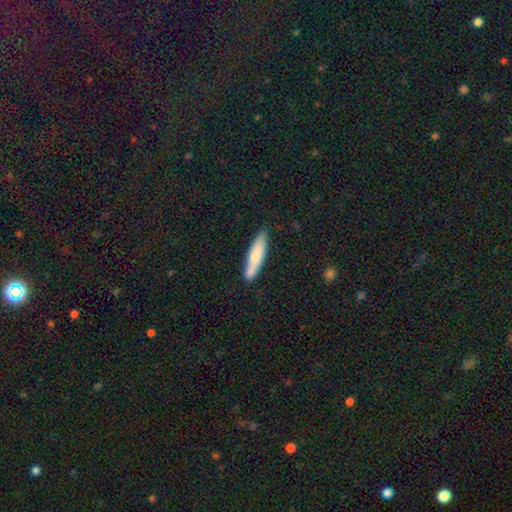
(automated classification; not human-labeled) This appears to be a smooth galaxy with no disk features (68%) that is cigar-shaped (80%). Merging: none (81%).